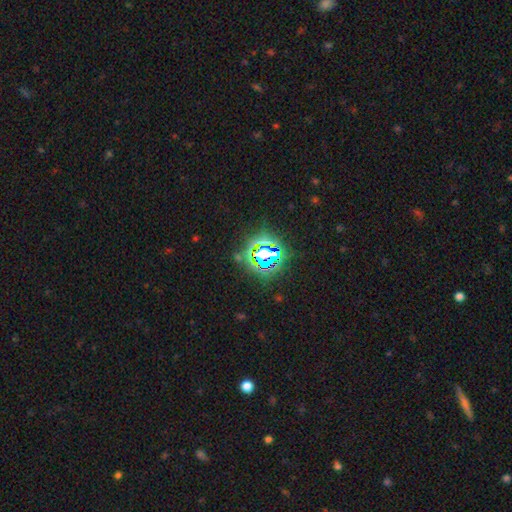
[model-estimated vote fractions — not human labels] Smooth or featured? Predicted: star or artifact (p=0.80).